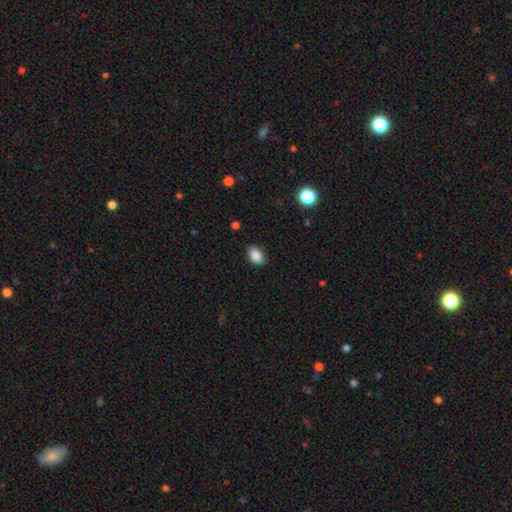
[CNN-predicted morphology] Overall: smooth (88%). How rounded: in between (89%). Merging: none (85%).